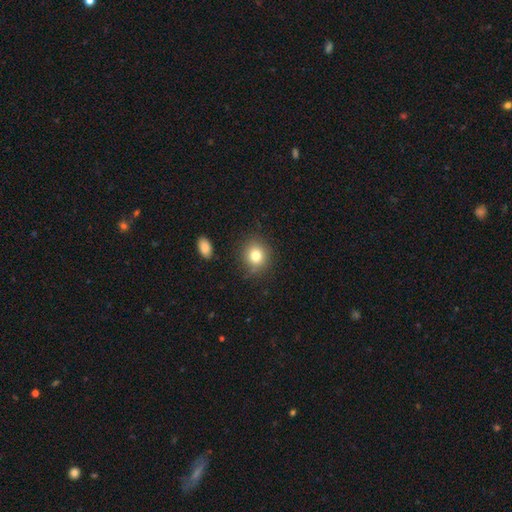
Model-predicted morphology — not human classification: A smooth galaxy with no disk features (80%) that is round (82%). Merging: none (84%).